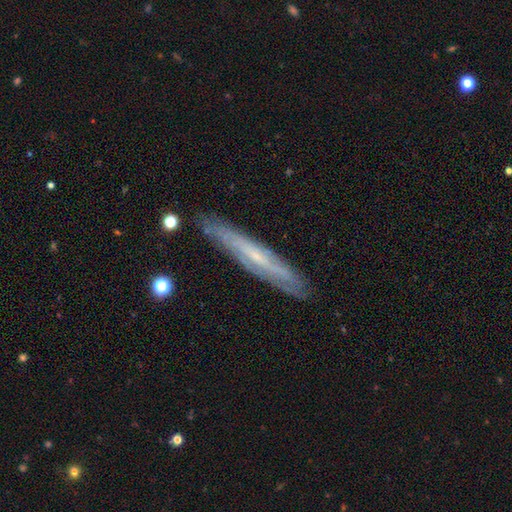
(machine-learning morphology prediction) A featured or disk galaxy (66%) viewed edge-on (71%).

Vote fractions:
- Smooth or featured? featured or disk: 66% / smooth: 26% / star or artifact: 7%
- Edge-on disk? yes: 71% / no: 29%
- Merging? none: 82% / minor disturbance: 14% / major disturbance: 3% / merger: 2%